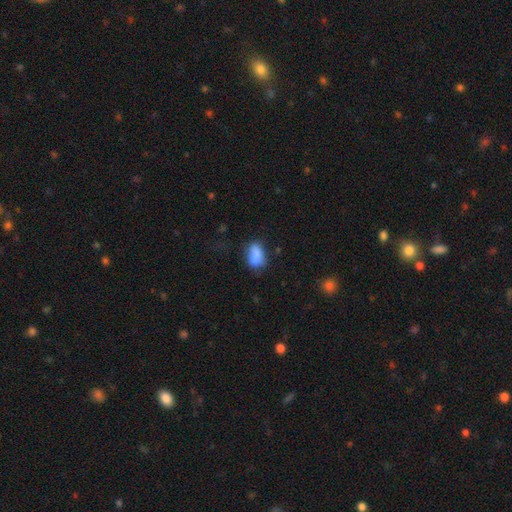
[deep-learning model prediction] Overall: smooth (78%). How rounded: in between (86%). Merging: none (47%; minor disturbance 29%).